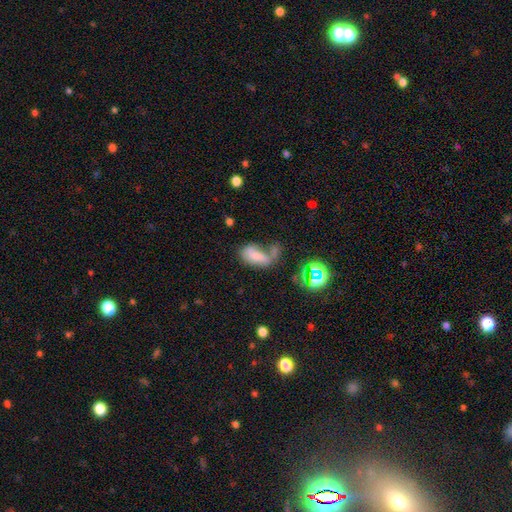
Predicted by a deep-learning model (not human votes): Morphology: type=smooth (65%); roundness=in between (88%); merging=merger (37%).